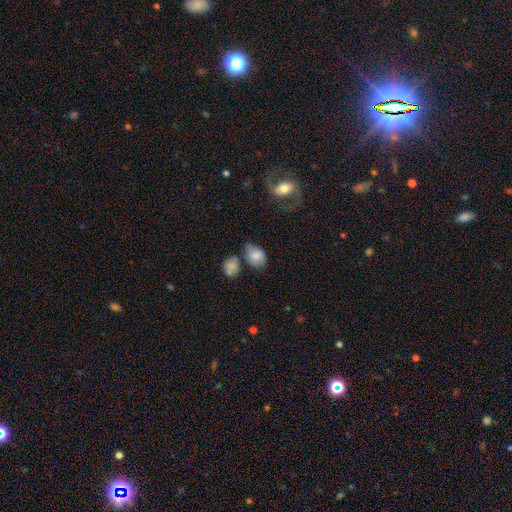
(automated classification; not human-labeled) Smooth or featured: smooth — 77% (featured or disk — 14%)
How rounded: in between — 66% (round — 33%)
Merging: none — 47% (minor disturbance — 28%)